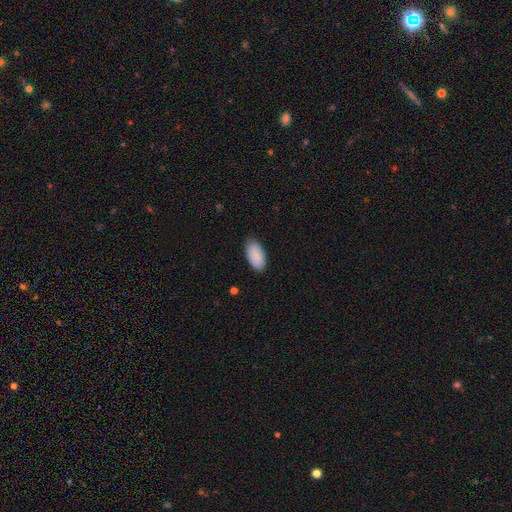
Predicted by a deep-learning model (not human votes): Overall: smooth (90%). How rounded: in between (96%). Merging: none (84%).